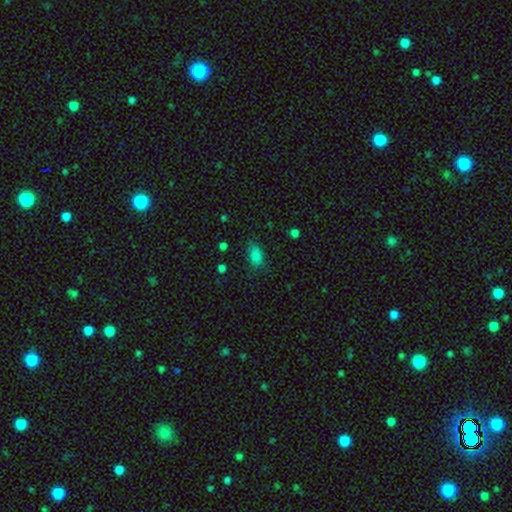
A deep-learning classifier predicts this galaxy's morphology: Overall: smooth (85%). How rounded: in between (90%). Merging: none (78%).